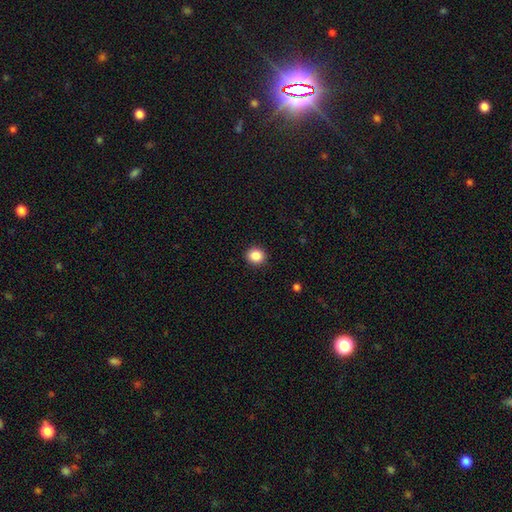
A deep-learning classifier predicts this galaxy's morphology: Smooth or featured?
  - smooth: 87% *
  - star or artifact: 10%
  - featured or disk: 3%
How rounded?
  - round: 82% *
  - in between: 17%
  - cigar-shaped: 1%
Merging?
  - none: 91% *
  - minor disturbance: 6%
  - major disturbance: 2%
  - merger: 1%